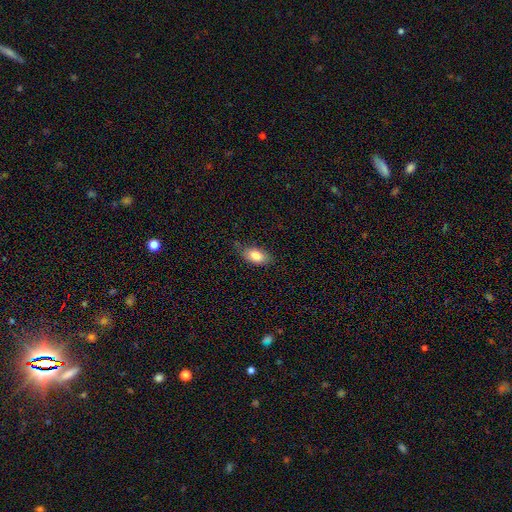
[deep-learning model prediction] Morphology: type=smooth (83%); roundness=in between (90%); merging=none (68%).